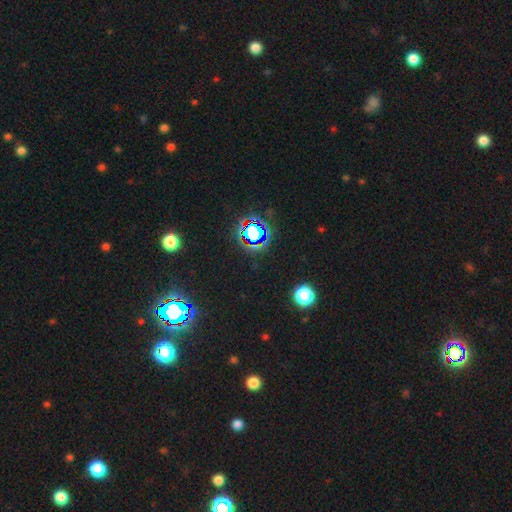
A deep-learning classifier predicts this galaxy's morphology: smooth_or_featured: star or artifact (p=0.80) [alt: smooth p=0.13]